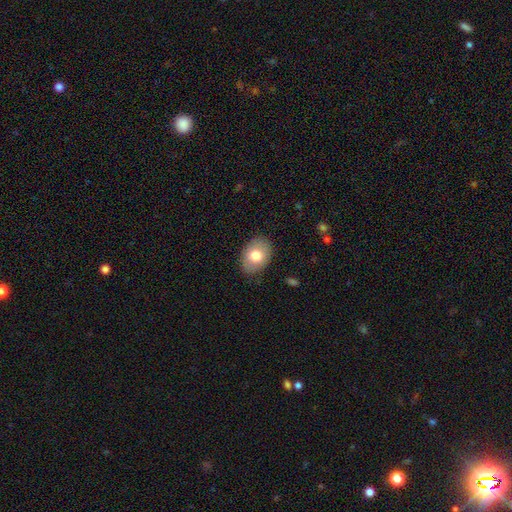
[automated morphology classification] The model was most divided on "how rounded": in between: 75%, round: 24%, cigar-shaped: 1%. More confident: merging — none (85%); smooth or featured — smooth (77%).